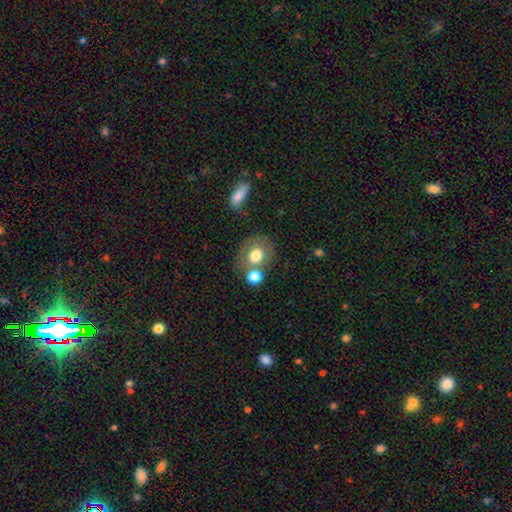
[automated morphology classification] Q: Smooth or featured?
A: smooth (69%); runner-up: featured or disk (22%)
Q: How rounded?
A: round (64%); runner-up: in between (35%)
Q: Merging?
A: none (52%); runner-up: merger (29%)